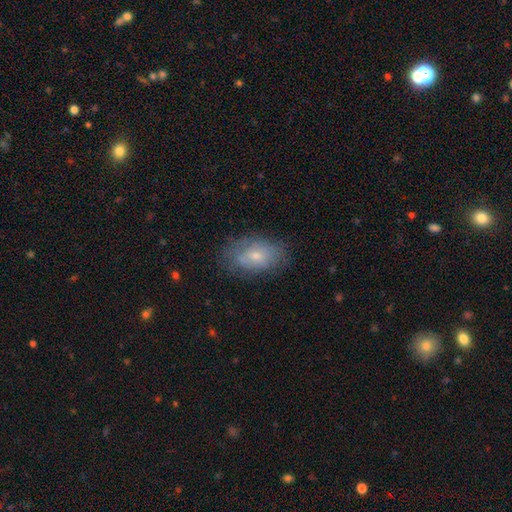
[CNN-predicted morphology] This appears to be a smooth galaxy with no disk features (62%) that is in between round and cigar-shaped (89%). Merging: none (71%).